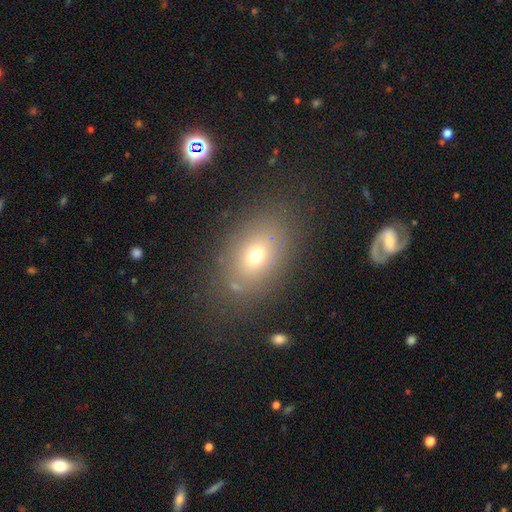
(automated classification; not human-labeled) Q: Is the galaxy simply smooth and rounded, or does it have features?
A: smooth — 66%.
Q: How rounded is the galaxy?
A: in between — 78%.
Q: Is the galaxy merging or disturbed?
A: none — 78%.